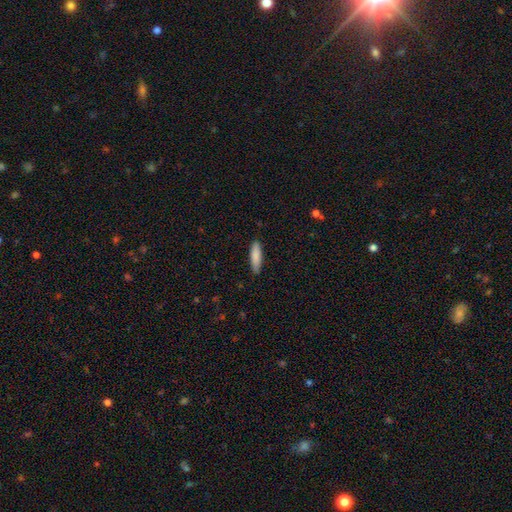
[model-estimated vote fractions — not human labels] A smooth galaxy with no disk features (86%) that is cigar-shaped (66%). Merging: none (87%).